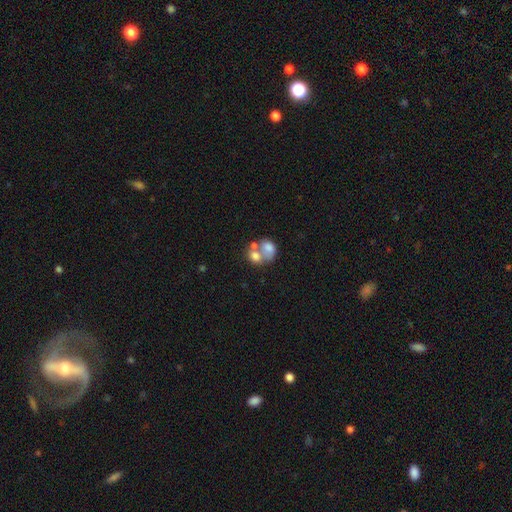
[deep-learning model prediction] smooth-or-featured: smooth: 60% | featured or disk: 29% | star or artifact: 11%
  how-rounded: round: 51% | in between: 48% | cigar-shaped: 1%
  merging: merger: 68% | none: 20% | minor disturbance: 7% | major disturbance: 6%